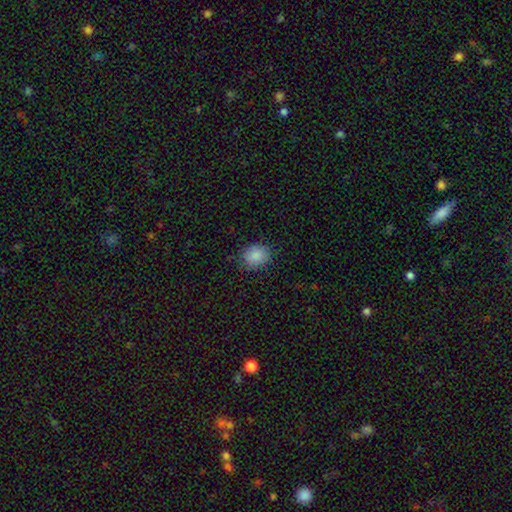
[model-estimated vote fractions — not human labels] Morphology: type=smooth (87%); roundness=round (56%); merging=none (80%).